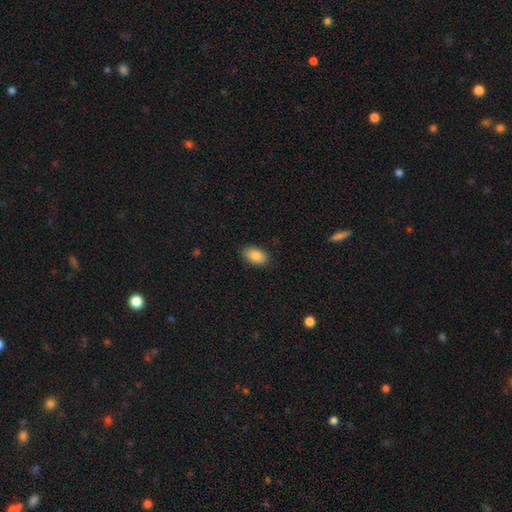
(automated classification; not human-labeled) smooth 87%, star or artifact 7%, featured or disk 6%. Down the decision tree: how rounded — in between (92%); merging — none (87%).